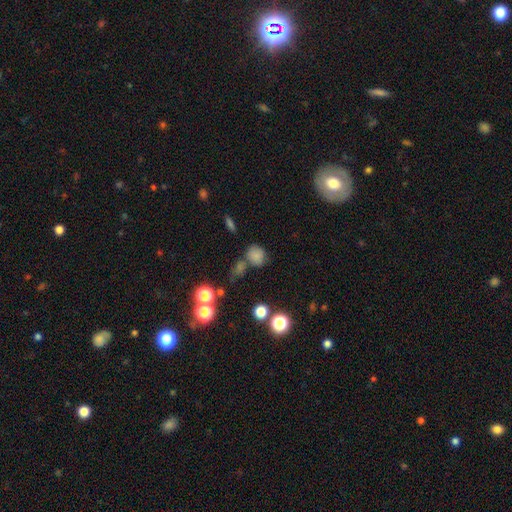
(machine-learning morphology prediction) Q: Smooth or featured?
A: smooth (74%); runner-up: star or artifact (17%)
Q: How rounded?
A: round (67%); runner-up: in between (32%)
Q: Merging?
A: none (56%); runner-up: merger (21%)